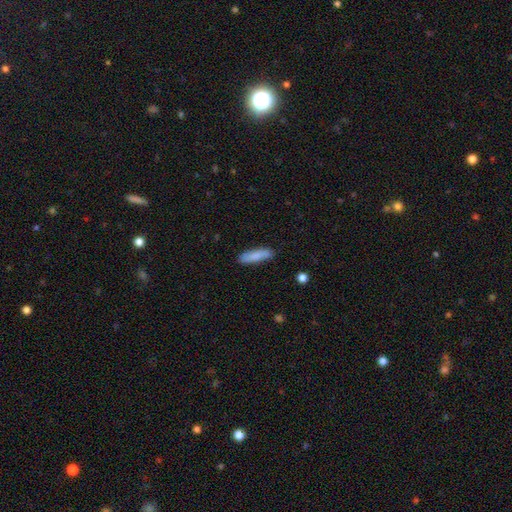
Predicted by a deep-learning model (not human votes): smooth-or-featured: smooth: 81% | featured or disk: 13% | star or artifact: 6%
  how-rounded: cigar-shaped: 67% | in between: 31% | round: 2%
  merging: none: 85% | minor disturbance: 11% | major disturbance: 2% | merger: 1%